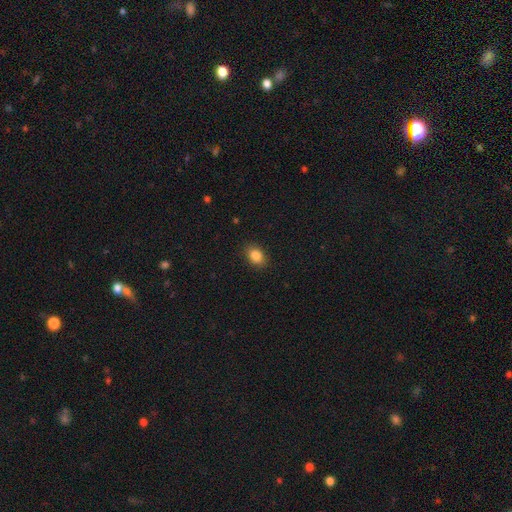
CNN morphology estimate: smooth-or-featured: smooth: 85% | star or artifact: 10% | featured or disk: 5%
  how-rounded: in between: 68% | round: 30% | cigar-shaped: 1%
  merging: none: 88% | minor disturbance: 9% | major disturbance: 2% | merger: 1%